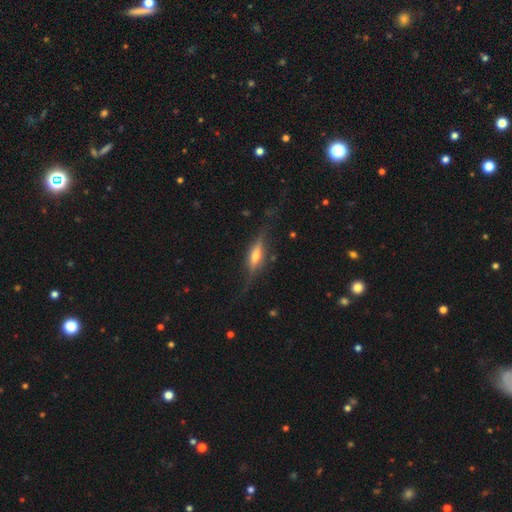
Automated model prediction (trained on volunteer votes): Q: Smooth or featured?
A: featured or disk (67%); runner-up: smooth (26%)
Q: Edge-on disk?
A: yes (92%); runner-up: no (8%)
Q: Edge-on bulge?
A: rounded (79%); runner-up: boxy (15%)
Q: Merging?
A: none (72%); runner-up: minor disturbance (18%)